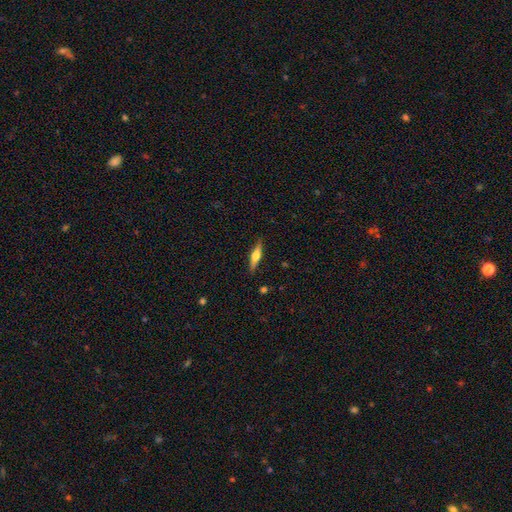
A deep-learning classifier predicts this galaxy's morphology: A featured or disk galaxy (52%) viewed edge-on (94%). Merging: none (87%).